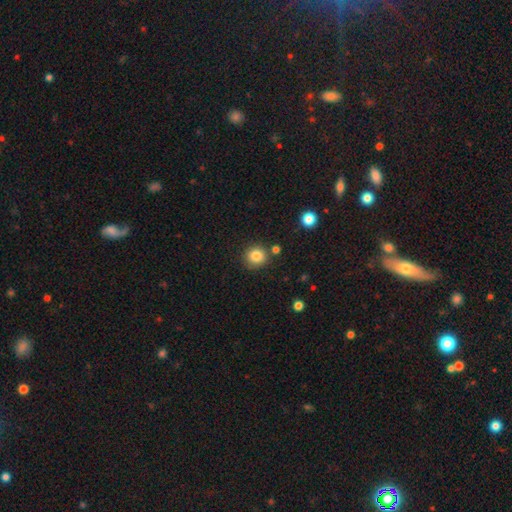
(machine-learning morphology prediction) The model was most divided on "smooth or featured": smooth: 83%, star or artifact: 11%, featured or disk: 6%. More confident: how rounded — round (91%); merging — none (83%).